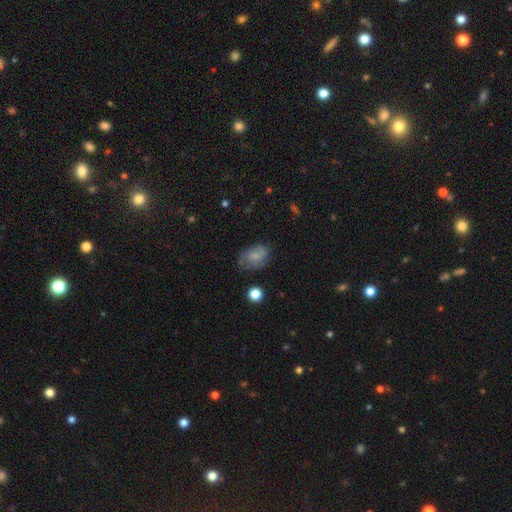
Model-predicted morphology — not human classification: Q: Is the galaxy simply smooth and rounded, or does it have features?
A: smooth — 55%.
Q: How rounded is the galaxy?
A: in between — 79%.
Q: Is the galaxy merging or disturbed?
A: none — 64%.